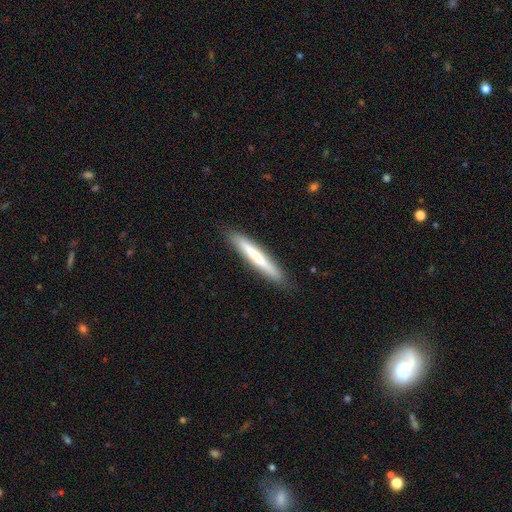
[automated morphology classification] Overall: smooth (62%; featured or disk 33%). How rounded: cigar-shaped (95%). Merging: none (88%).